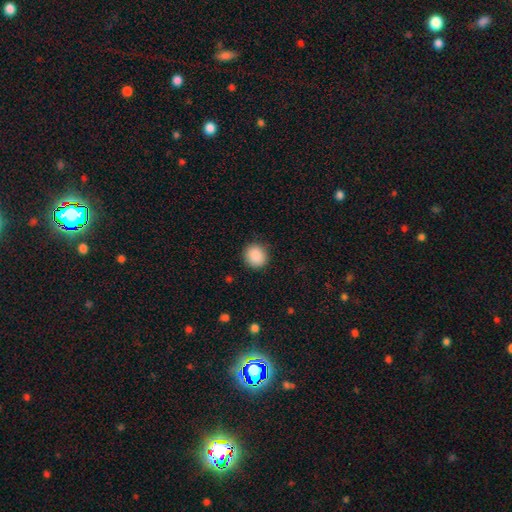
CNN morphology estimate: type=smooth (89%); roundness=round (84%); merging=none (89%).